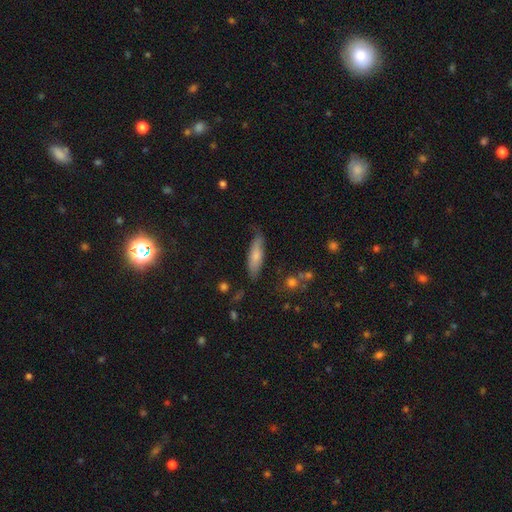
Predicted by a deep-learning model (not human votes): A smooth galaxy with no disk features (72%) that is cigar-shaped (57%).

Vote fractions:
- Smooth or featured? smooth: 72% / featured or disk: 22% / star or artifact: 6%
- How rounded? cigar-shaped: 57% / in between: 41% / round: 2%
- Merging? none: 71% / minor disturbance: 22% / major disturbance: 5% / merger: 2%